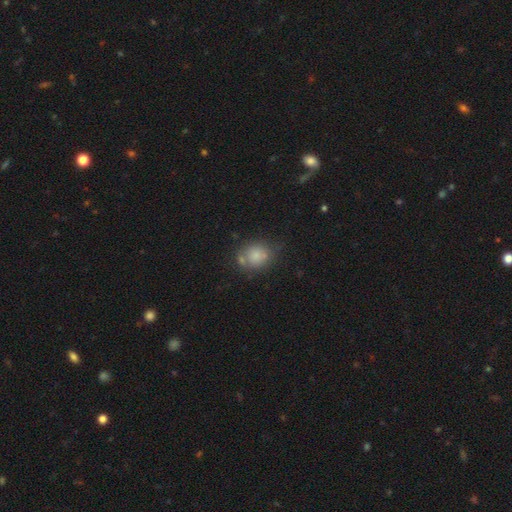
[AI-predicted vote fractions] smooth_or_featured: smooth (p=0.77) [alt: featured or disk p=0.13]
how_rounded: round (p=0.65) [alt: in between p=0.34]
merging: none (p=0.55) [alt: minor disturbance p=0.21]